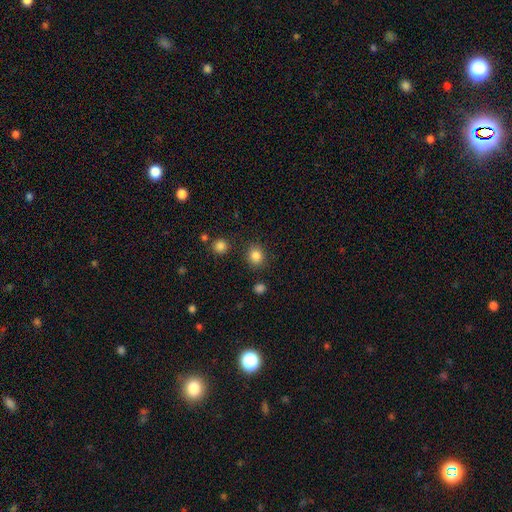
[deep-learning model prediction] Smooth or featured? Predicted: smooth (p=0.84). How rounded? Predicted: round (p=0.79). Merging? Predicted: none (p=0.85).